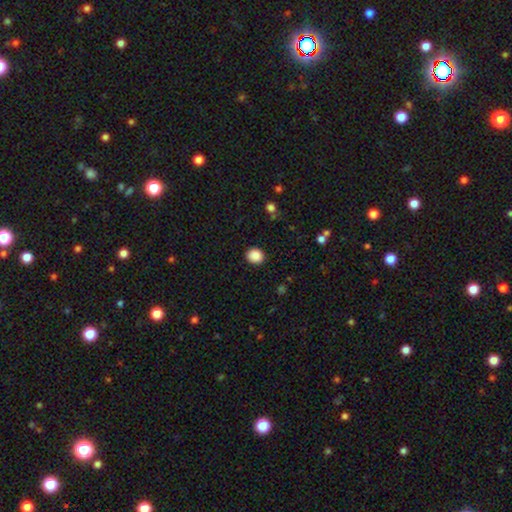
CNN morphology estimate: This appears to be a smooth galaxy with no disk features (88%) that is round (73%). Merging: none (90%).